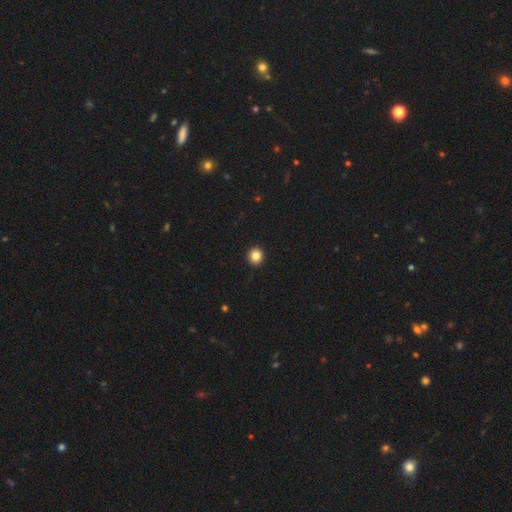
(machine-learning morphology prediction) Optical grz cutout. It shows a smooth galaxy with no disk features (85%) that is round (92%). Merging: none (93%).